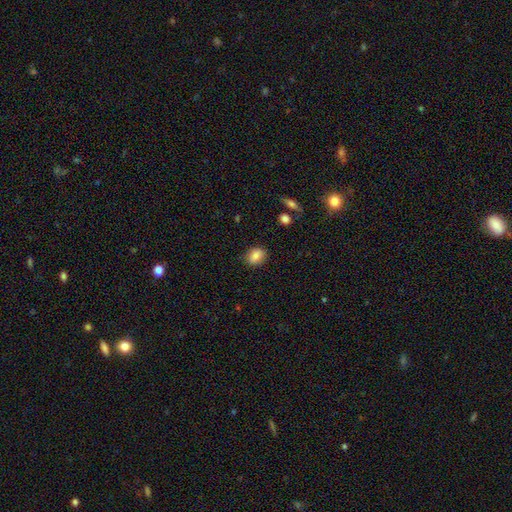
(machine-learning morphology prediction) smooth-or-featured: smooth: 85% | star or artifact: 9% | featured or disk: 6%
  how-rounded: in between: 59% | round: 40% | cigar-shaped: 1%
  merging: none: 84% | minor disturbance: 12% | major disturbance: 3% | merger: 1%